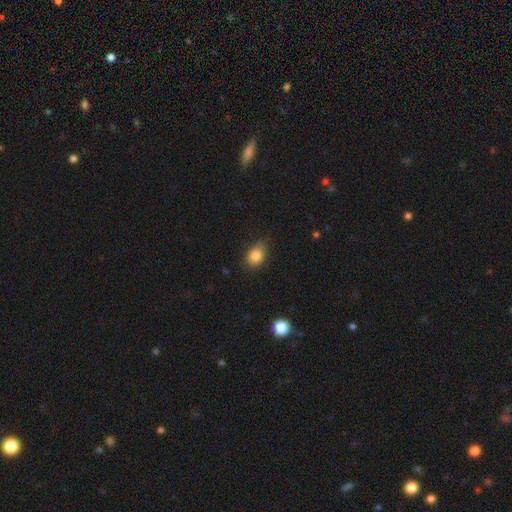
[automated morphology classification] The model was most divided on "how rounded": in between: 68%, round: 30%, cigar-shaped: 1%. More confident: smooth or featured — smooth (84%); merging — none (70%).